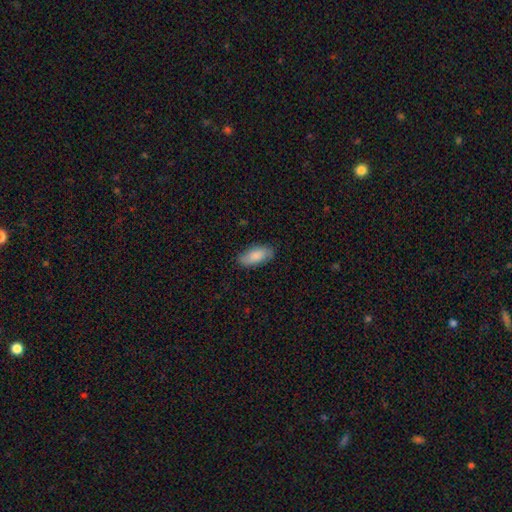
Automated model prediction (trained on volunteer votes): smooth-or-featured: smooth: 83% | featured or disk: 12% | star or artifact: 6%
  how-rounded: in between: 85% | cigar-shaped: 13% | round: 2%
  merging: none: 81% | minor disturbance: 15% | major disturbance: 3% | merger: 1%